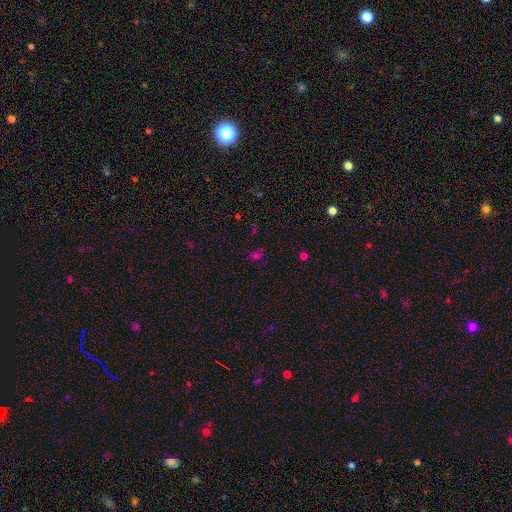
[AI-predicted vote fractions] This appears to be a smooth galaxy with no disk features (51%) that is in between round and cigar-shaped (62%). Merging: none (68%).